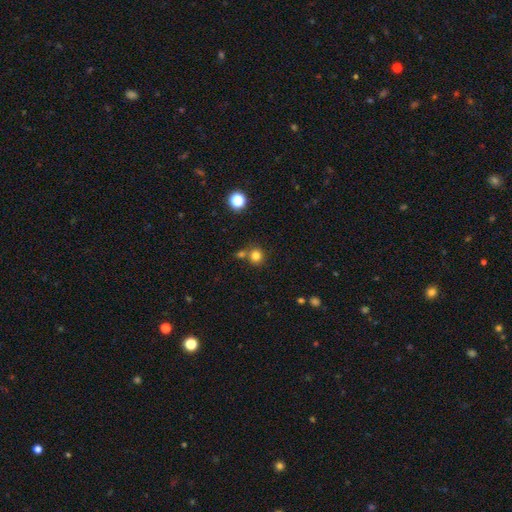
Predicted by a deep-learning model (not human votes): Smooth or featured? smooth (79%)
How rounded? round (89%)
Merging? none (67%)